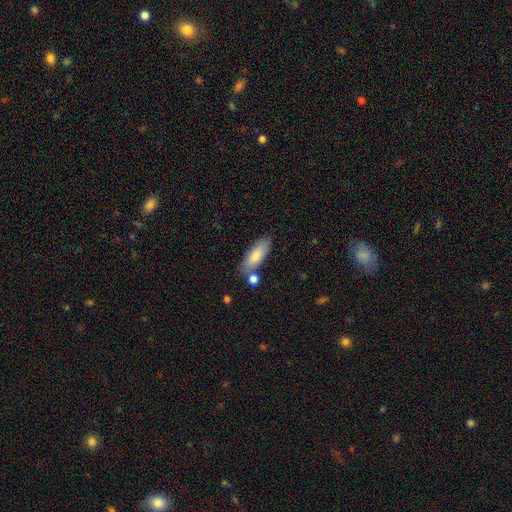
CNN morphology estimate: smooth_or_featured: smooth (p=0.77) [alt: featured or disk p=0.17]
how_rounded: in between (p=0.67) [alt: cigar-shaped p=0.31]
merging: none (p=0.73) [alt: minor disturbance p=0.14]